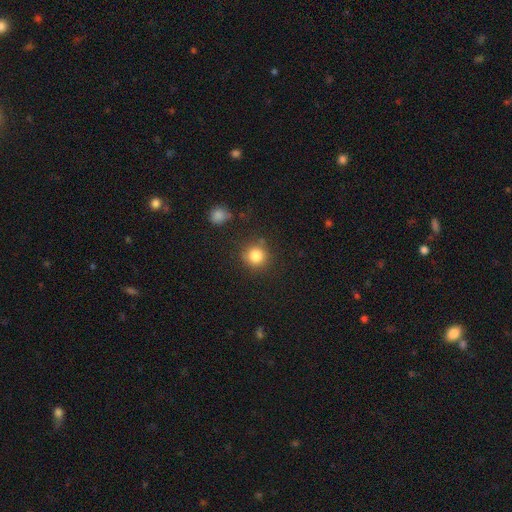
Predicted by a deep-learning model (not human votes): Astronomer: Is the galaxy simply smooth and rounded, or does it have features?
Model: smooth — 84%.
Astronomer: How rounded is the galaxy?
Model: round — 91%.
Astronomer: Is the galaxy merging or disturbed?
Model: none — 82%.